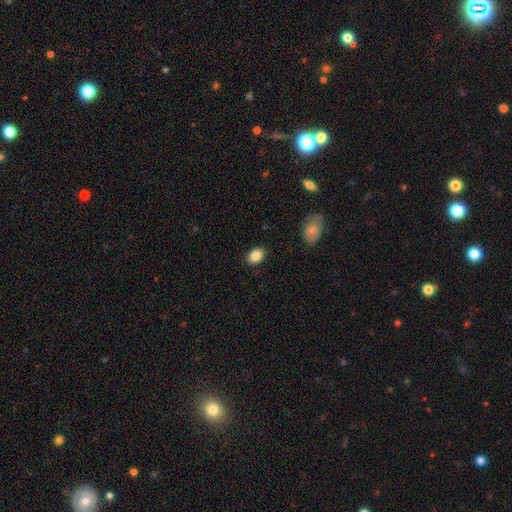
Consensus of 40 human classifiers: Smooth or featured: smooth — 82% (star or artifact — 10%)
How rounded: in between — 64% (round — 36%)
Merging: none — 89% (minor disturbance — 6%)